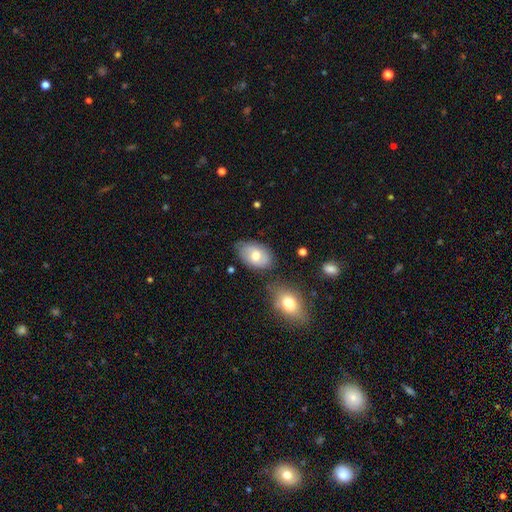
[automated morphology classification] Q: Smooth or featured?
A: smooth (65%); runner-up: featured or disk (27%)
Q: How rounded?
A: in between (89%); runner-up: round (10%)
Q: Merging?
A: none (71%); runner-up: minor disturbance (19%)